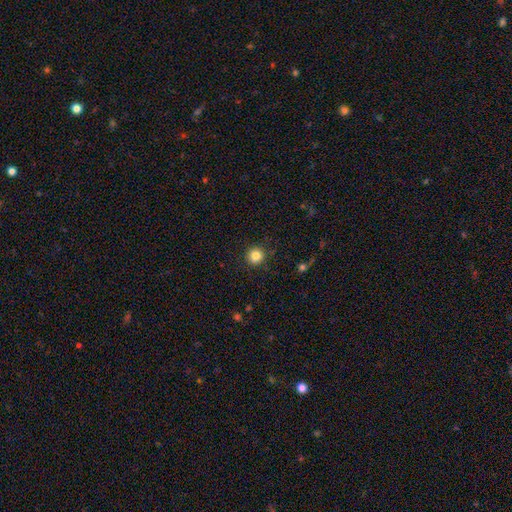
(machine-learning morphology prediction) Smooth or featured? smooth (83%)
How rounded? round (93%)
Merging? none (89%)